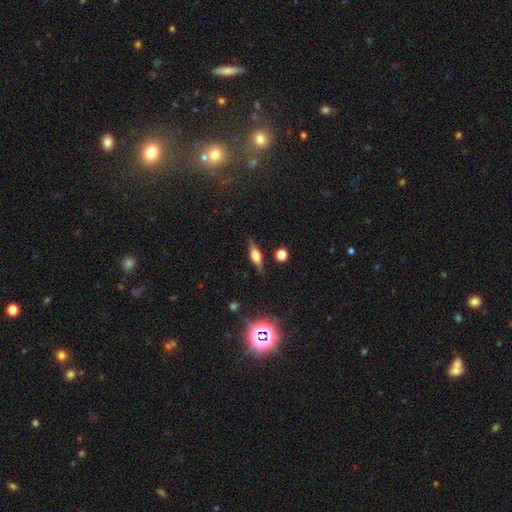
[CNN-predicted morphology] Smooth or featured? Predicted: featured or disk (p=0.57). Edge-on disk? Predicted: yes (p=0.94). Edge-on bulge? Predicted: rounded (p=0.83). Merging? Predicted: none (p=0.82).